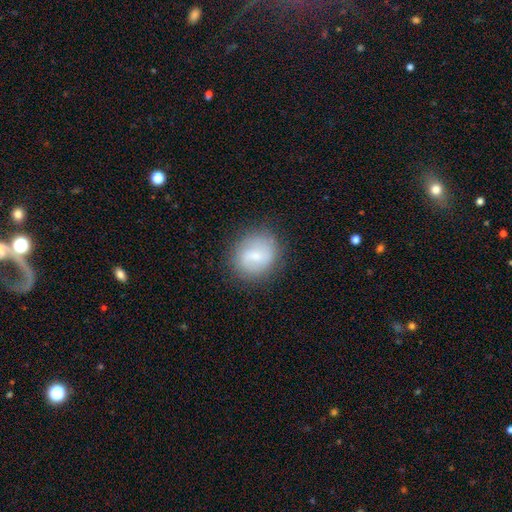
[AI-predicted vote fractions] The model was most divided on "smooth or featured": smooth: 54%, featured or disk: 37%, star or artifact: 9%. More confident: merging — none (81%); how rounded — round (79%).